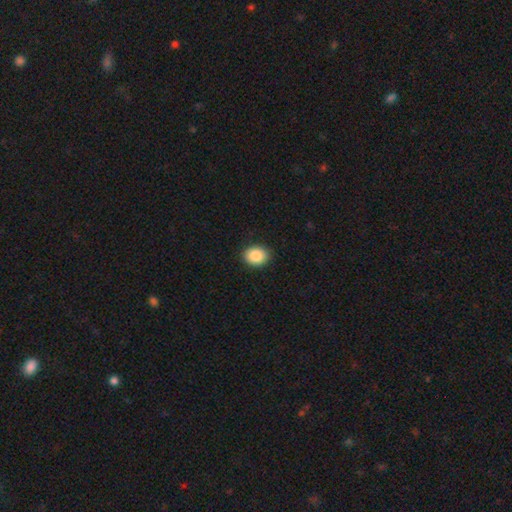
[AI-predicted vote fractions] This is clearly a smooth galaxy (88%). How rounded: possibly in between (51%). Merging: clearly none (90%).